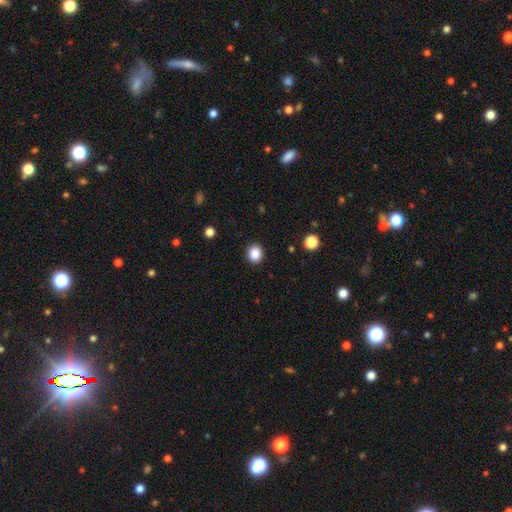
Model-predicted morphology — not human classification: smooth-or-featured: smooth: 87% | star or artifact: 10% | featured or disk: 3%
  how-rounded: round: 79% | in between: 20% | cigar-shaped: 1%
  merging: none: 91% | minor disturbance: 6% | major disturbance: 2% | merger: 1%